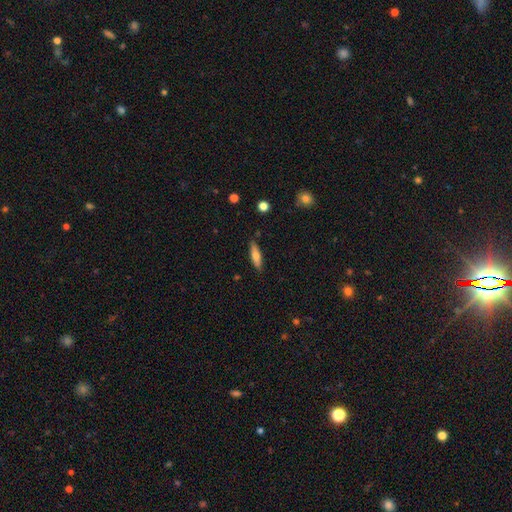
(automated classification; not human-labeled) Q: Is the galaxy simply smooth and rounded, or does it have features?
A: smooth — 65%.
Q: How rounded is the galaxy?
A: cigar-shaped — 66%.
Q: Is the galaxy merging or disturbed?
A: none — 87%.